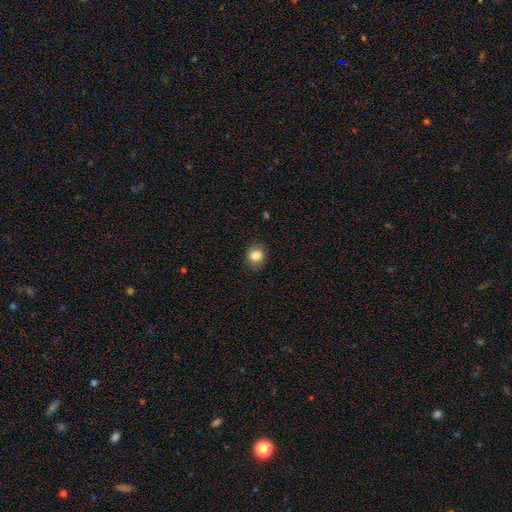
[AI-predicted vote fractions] smooth-or-featured: smooth: 84% | star or artifact: 10% | featured or disk: 6%
  how-rounded: round: 72% | in between: 27% | cigar-shaped: 1%
  merging: none: 82% | minor disturbance: 13% | major disturbance: 3% | merger: 1%